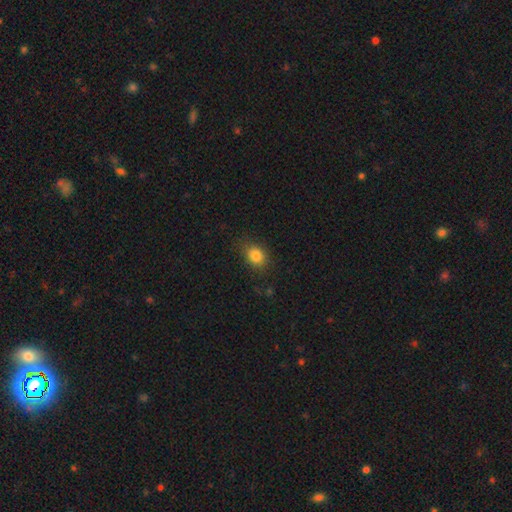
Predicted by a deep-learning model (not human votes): Q: Smooth or featured?
A: smooth (84%); runner-up: star or artifact (10%)
Q: How rounded?
A: in between (59%); runner-up: round (40%)
Q: Merging?
A: none (81%); runner-up: minor disturbance (14%)